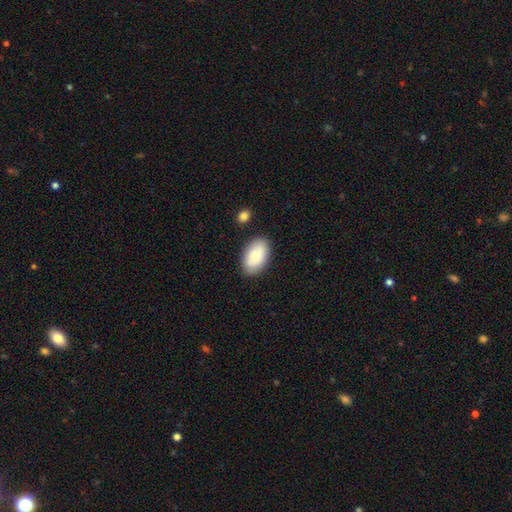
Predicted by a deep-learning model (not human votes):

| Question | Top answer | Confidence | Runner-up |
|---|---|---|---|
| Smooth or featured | smooth | 84% | featured or disk (10%) |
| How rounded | in between | 94% | round (5%) |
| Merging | none | 82% | minor disturbance (13%) |